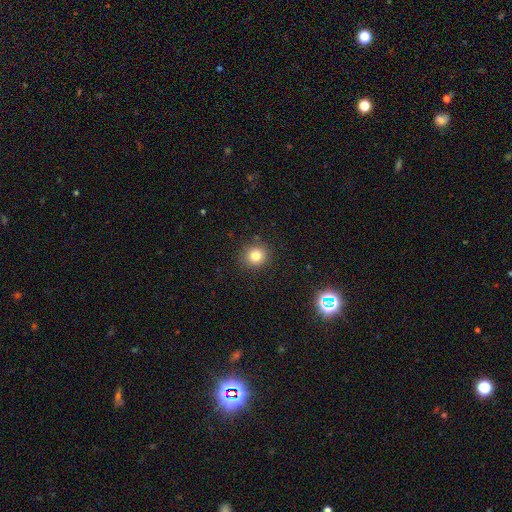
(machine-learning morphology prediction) type=smooth (79%); roundness=round (90%); merging=none (89%).